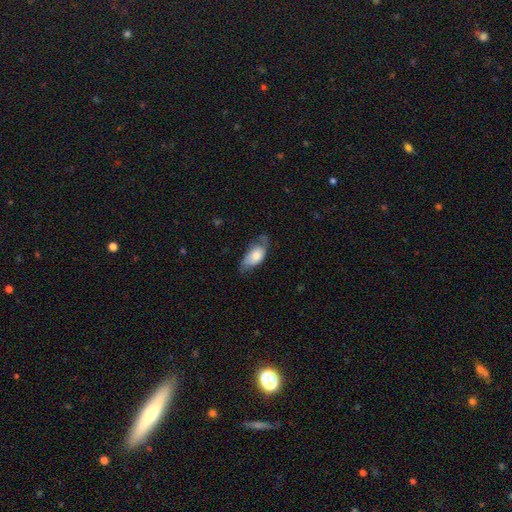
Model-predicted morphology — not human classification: smooth_or_featured: smooth (p=0.68) [alt: featured or disk p=0.25]
how_rounded: in between (p=0.90) [alt: cigar-shaped p=0.07]
merging: none (p=0.44) [alt: minor disturbance p=0.37]